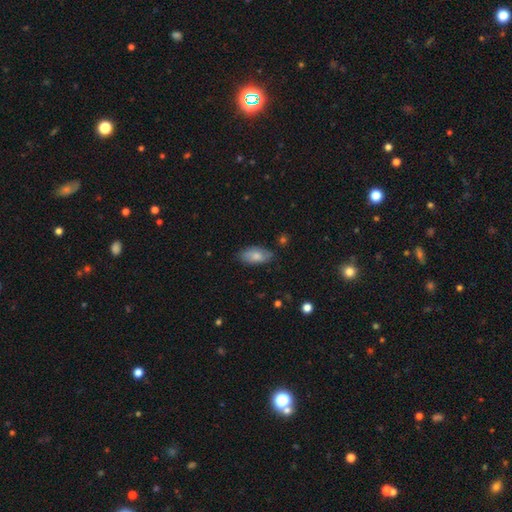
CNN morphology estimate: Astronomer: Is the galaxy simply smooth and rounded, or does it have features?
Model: smooth — 77%.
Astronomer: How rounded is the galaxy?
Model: in between — 92%.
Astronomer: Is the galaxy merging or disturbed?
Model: none — 76%.